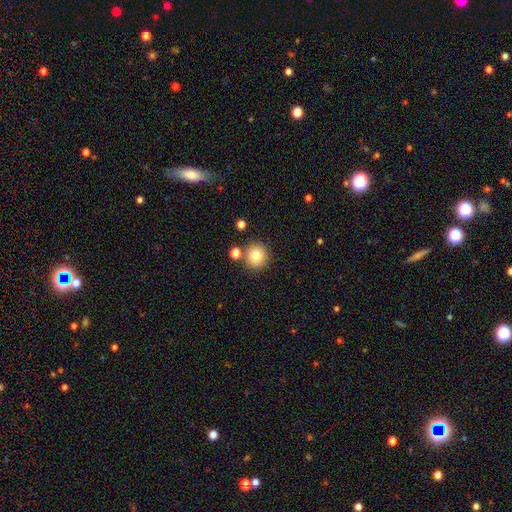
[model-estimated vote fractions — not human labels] Q: Smooth or featured?
A: smooth (81%); runner-up: star or artifact (11%)
Q: How rounded?
A: round (92%); runner-up: in between (7%)
Q: Merging?
A: none (78%); runner-up: merger (11%)